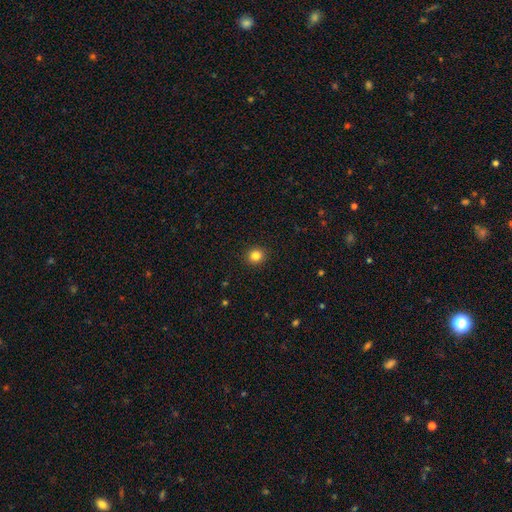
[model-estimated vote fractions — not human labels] Smooth or featured? smooth (84%)
How rounded? round (85%)
Merging? none (92%)